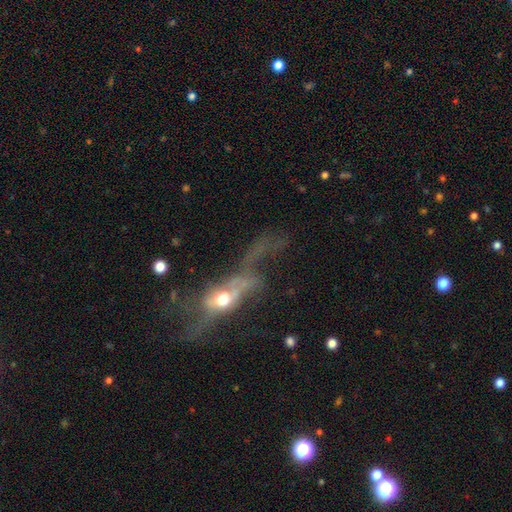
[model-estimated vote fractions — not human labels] Smooth or featured: featured or disk — 66% (smooth — 18%)
Edge-on disk: no — 67% (yes — 33%)
Merging: major disturbance — 47% (none — 28%)